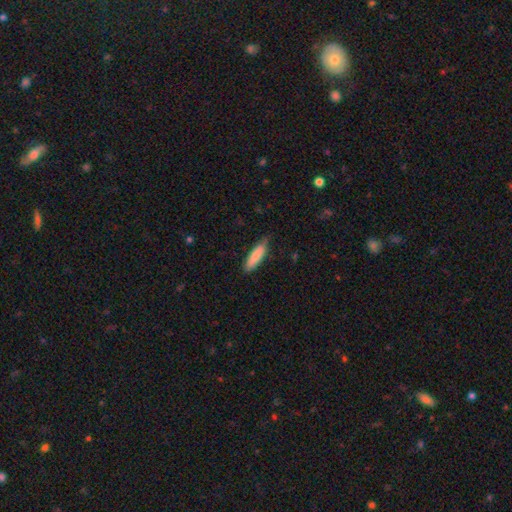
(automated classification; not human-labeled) Smooth or featured? smooth (83%)
How rounded? cigar-shaped (58%)
Merging? none (76%)